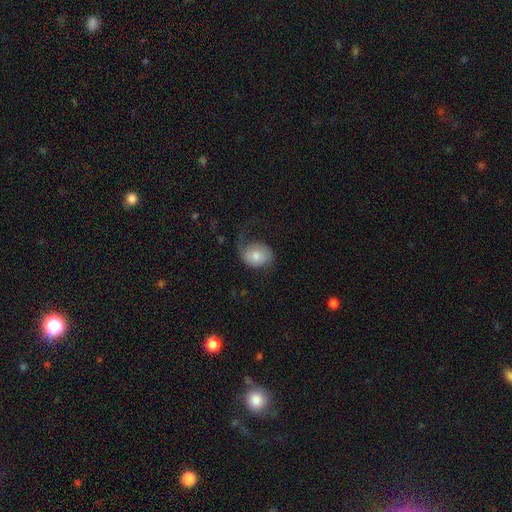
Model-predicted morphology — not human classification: Overall: smooth (58%; featured or disk 34%). How rounded: round (51%; in between 48%). Merging: none (40%; major disturbance 35%).